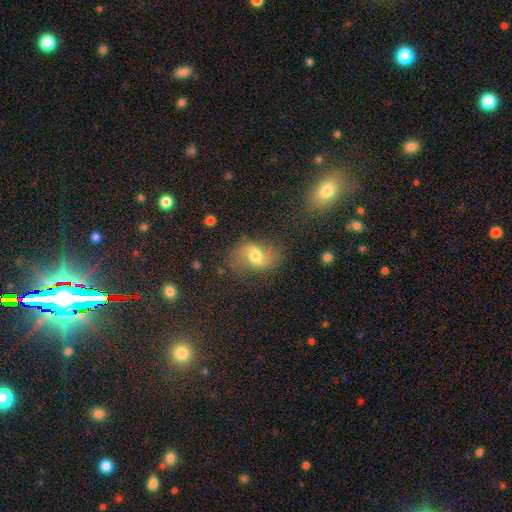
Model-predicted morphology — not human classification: Q: Smooth or featured?
A: featured or disk (57%); runner-up: smooth (32%)
Q: Edge-on disk?
A: no (95%); runner-up: yes (5%)
Q: Bar?
A: weak (45%); runner-up: no (38%)
Q: Spiral arms?
A: yes (81%); runner-up: no (19%)
Q: Bulge size?
A: moderate (67%); runner-up: large (16%)
Q: Merging?
A: none (62%); runner-up: minor disturbance (21%)